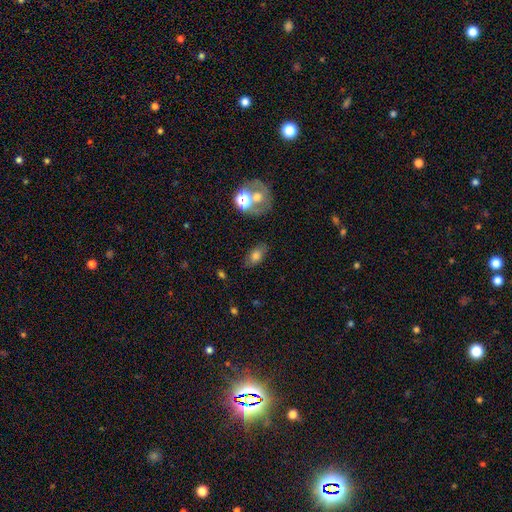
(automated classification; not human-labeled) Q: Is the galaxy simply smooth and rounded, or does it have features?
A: smooth — 71%.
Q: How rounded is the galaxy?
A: in between — 86%.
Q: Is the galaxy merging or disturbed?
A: none — 79%.